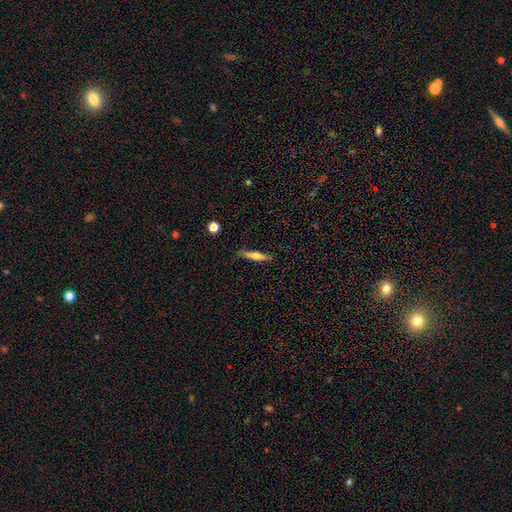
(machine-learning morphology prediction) The model was most divided on "smooth or featured": smooth: 61%, featured or disk: 32%, star or artifact: 7%. More confident: how rounded — cigar-shaped (87%); merging — none (84%).